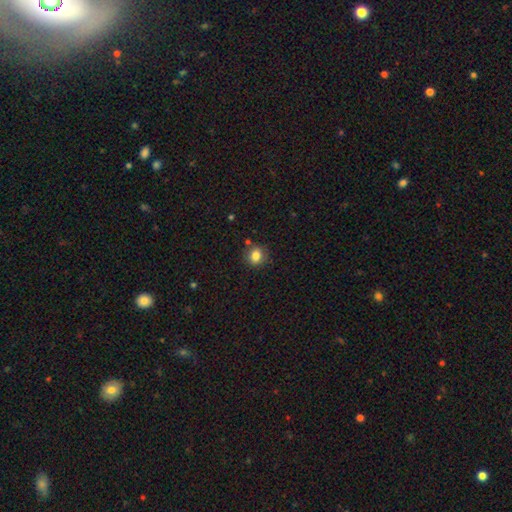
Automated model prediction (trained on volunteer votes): Q: Smooth or featured?
A: smooth (82%); runner-up: star or artifact (11%)
Q: How rounded?
A: round (72%); runner-up: in between (27%)
Q: Merging?
A: none (82%); runner-up: minor disturbance (12%)